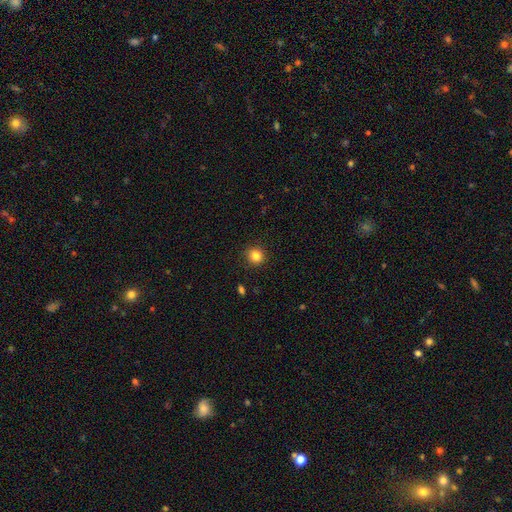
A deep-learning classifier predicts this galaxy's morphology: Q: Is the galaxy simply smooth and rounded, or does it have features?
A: smooth — 84%.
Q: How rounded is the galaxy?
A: round — 88%.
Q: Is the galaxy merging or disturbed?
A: none — 90%.